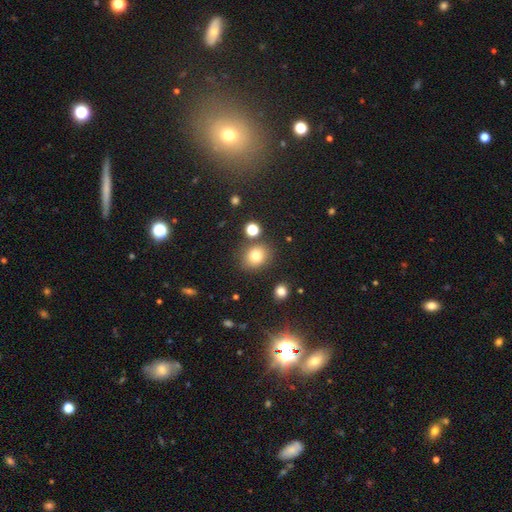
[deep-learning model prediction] Q: Smooth or featured?
A: smooth (77%); runner-up: star or artifact (14%)
Q: How rounded?
A: round (60%); runner-up: in between (39%)
Q: Merging?
A: none (79%); runner-up: minor disturbance (11%)